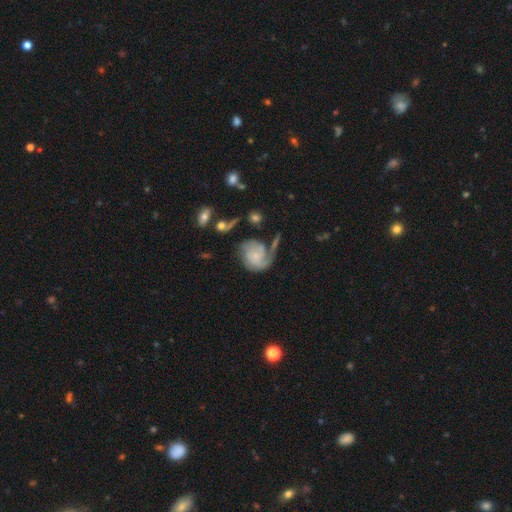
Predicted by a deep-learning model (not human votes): Smooth or featured?
  - featured or disk: 76% *
  - smooth: 18%
  - star or artifact: 6%
Edge-on disk?
  - no: 98% *
  - yes: 2%
Bar?
  - no: 73% *
  - weak: 23%
  - strong: 4%
Spiral arms?
  - yes: 93% *
  - no: 7%
Spiral winding?
  - tight: 39% * (tied)
  - medium: 39% * (tied)
  - loose: 23%
Spiral arm count?
  - 2: 51% *
  - 1: 23%
  - can't tell: 13%
  - 3: 8%
  - 4: 3%
  - more than 4: 2%
Bulge size?
  - small: 62% *
  - moderate: 18%
  - none: 15%
  - large: 3%
  - dominant: 2%
Merging?
  - none: 44% *
  - major disturbance: 25%
  - minor disturbance: 23%
  - merger: 8%